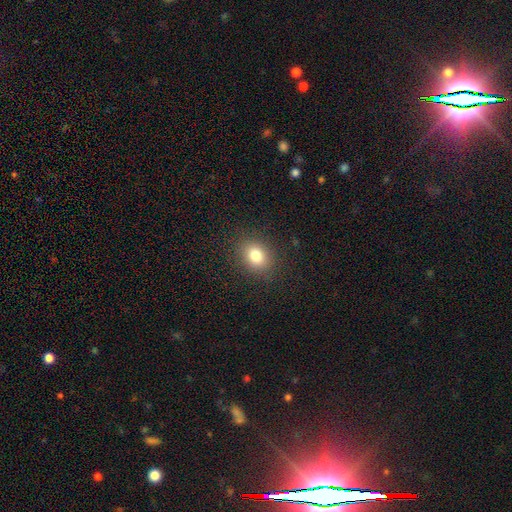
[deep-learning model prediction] Smooth or featured? Predicted: smooth (p=0.80). How rounded? Predicted: round (p=0.51). Merging? Predicted: none (p=0.88).